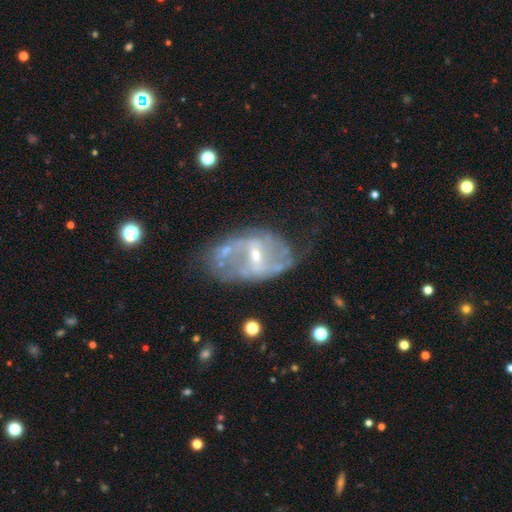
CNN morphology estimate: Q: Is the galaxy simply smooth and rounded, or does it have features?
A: featured or disk — 80%.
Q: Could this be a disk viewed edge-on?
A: no — 96%.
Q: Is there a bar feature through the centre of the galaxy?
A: weak — 45%.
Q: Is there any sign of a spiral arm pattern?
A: yes — 73%.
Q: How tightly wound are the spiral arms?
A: loose — 43%.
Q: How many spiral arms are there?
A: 2 — 64%.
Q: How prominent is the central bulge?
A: small — 60%.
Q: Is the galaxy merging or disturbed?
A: none — 45%.